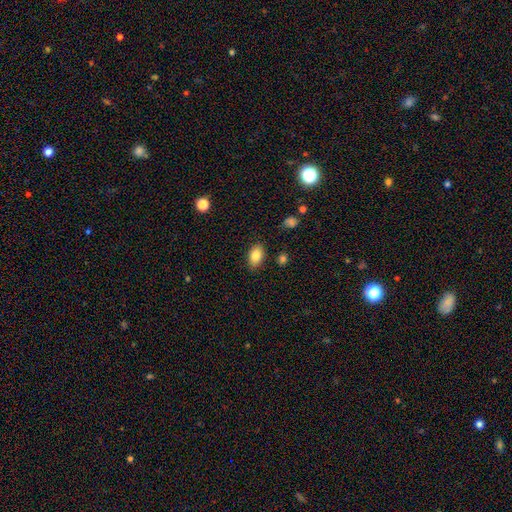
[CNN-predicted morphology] Q: Smooth or featured?
A: smooth (84%); runner-up: star or artifact (8%)
Q: How rounded?
A: in between (88%); runner-up: round (11%)
Q: Merging?
A: none (85%); runner-up: minor disturbance (11%)